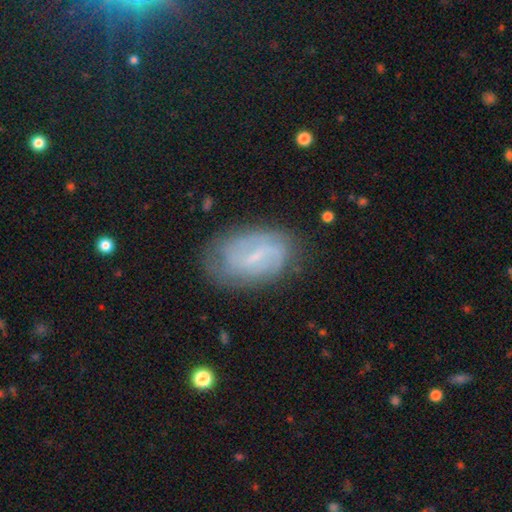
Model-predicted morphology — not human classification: featured or disk 69%, smooth 23%, star or artifact 8%. Down the decision tree: edge-on disk — no (96%); bar — weak (57%); spiral arms — yes (84%); spiral arm count — 2 (52%); spiral winding — tight (41%); bulge size — small (62%); merging — none (71%).